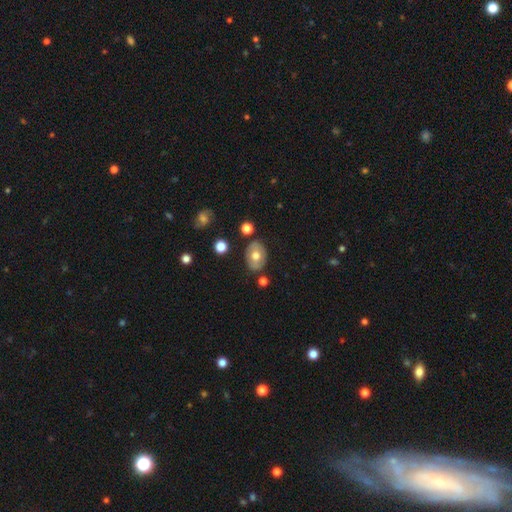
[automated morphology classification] This is likely a smooth galaxy (61%). How rounded: likely in between (73%). Merging: clearly none (80%).